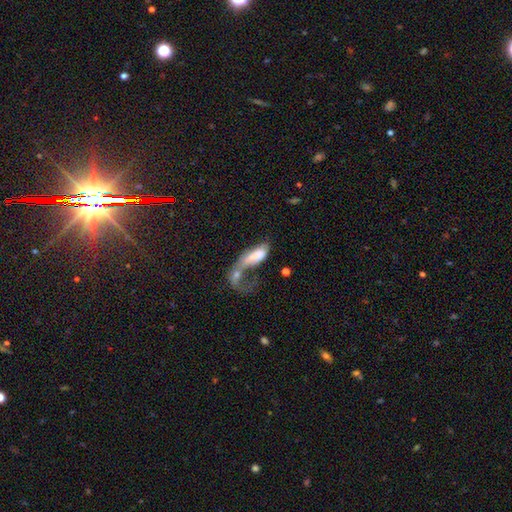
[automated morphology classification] Smooth or featured? Predicted: smooth (p=0.60). How rounded? Predicted: in between (p=0.77). Merging? Predicted: major disturbance (p=0.43).